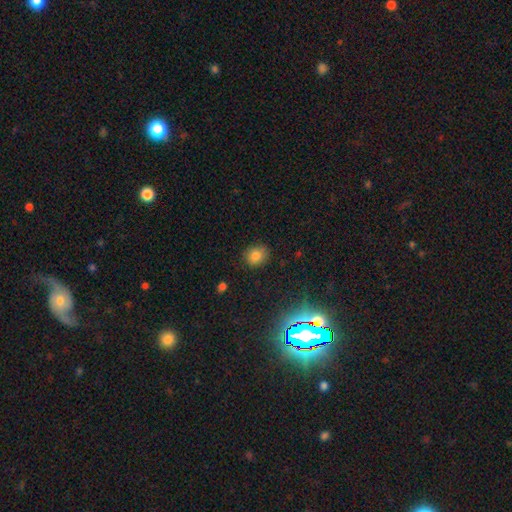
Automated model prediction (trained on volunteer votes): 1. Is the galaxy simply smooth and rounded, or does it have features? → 79% smooth, 14% star or artifact, 7% featured or disk.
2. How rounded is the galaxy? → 73% round, 26% in between, 1% cigar-shaped.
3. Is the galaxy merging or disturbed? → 86% none, 10% minor disturbance, 2% major disturbance, 1% merger.